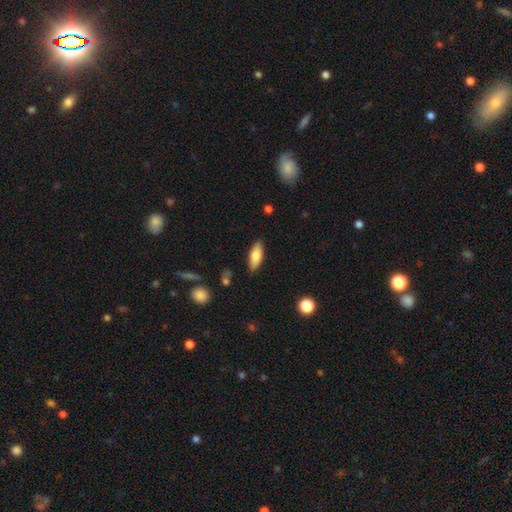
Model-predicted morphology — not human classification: Overall: smooth (75%). How rounded: in between (70%). Merging: none (86%).